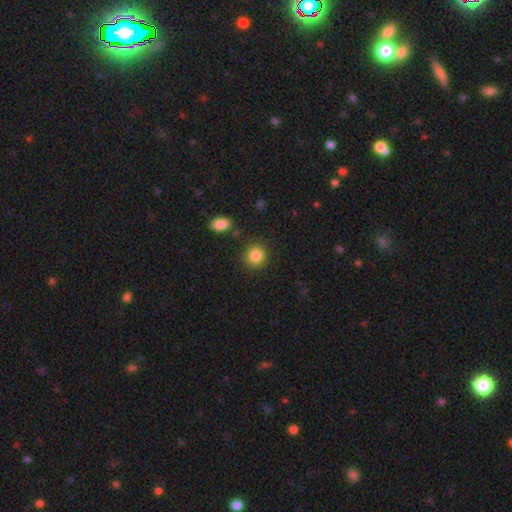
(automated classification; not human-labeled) Smooth or featured: smooth — 86% (star or artifact — 9%)
How rounded: round — 84% (in between — 15%)
Merging: none — 86% (minor disturbance — 8%)